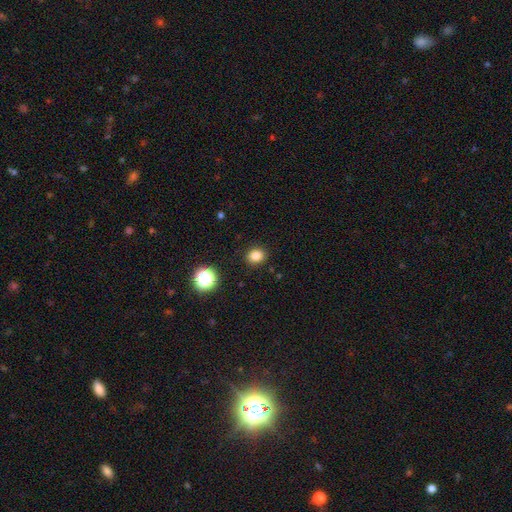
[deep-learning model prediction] This is clearly a smooth galaxy (82%). How rounded: likely round (67%). Merging: clearly none (90%).